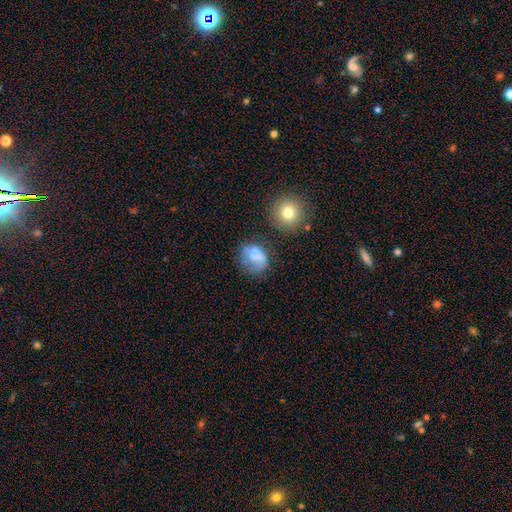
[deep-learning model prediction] Smooth or featured?
  - smooth: 62% *
  - featured or disk: 26%
  - star or artifact: 12%
How rounded?
  - round: 50% *
  - in between: 49%
  - cigar-shaped: 1%
Merging?
  - none: 40% *
  - minor disturbance: 27%
  - major disturbance: 26%
  - merger: 8%